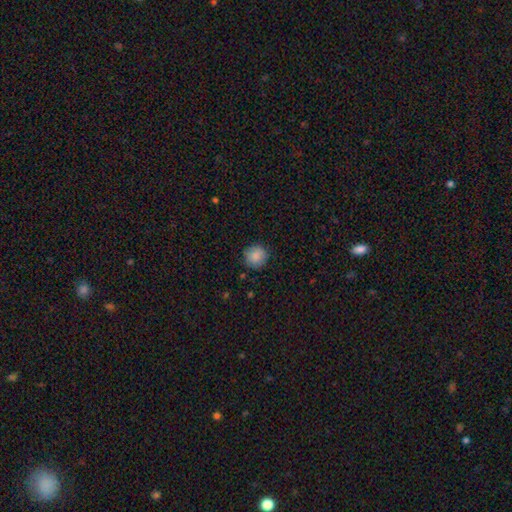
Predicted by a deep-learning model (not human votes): Smooth or featured?
  - smooth: 86% *
  - star or artifact: 8%
  - featured or disk: 5%
How rounded?
  - round: 93% *
  - in between: 6%
  - cigar-shaped: 1%
Merging?
  - none: 88% *
  - minor disturbance: 8%
  - major disturbance: 2%
  - merger: 1%